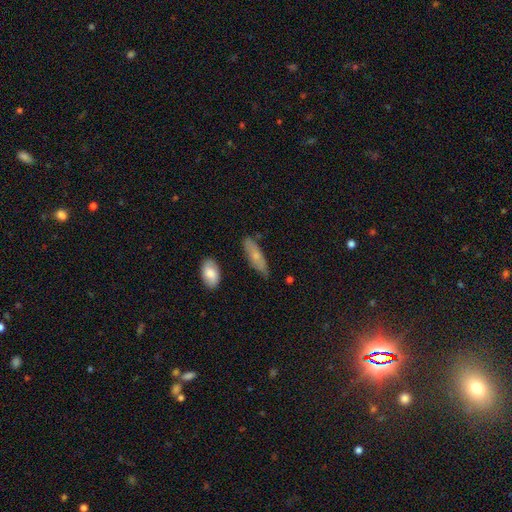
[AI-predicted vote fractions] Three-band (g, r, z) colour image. It shows a smooth galaxy with no disk features (62%) that is in between round and cigar-shaped (52%). Merging: none (73%).